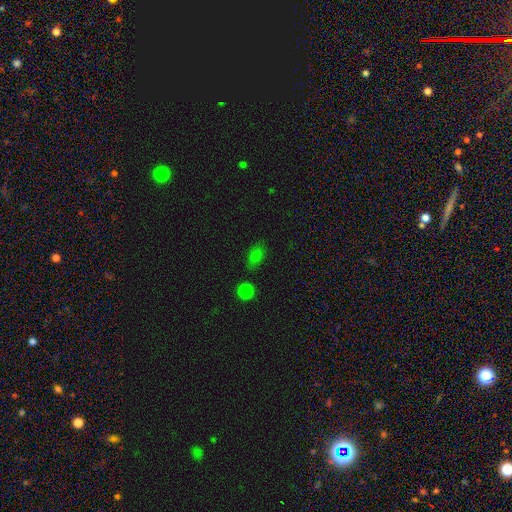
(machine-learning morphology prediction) Smooth or featured?
  - smooth: 75% *
  - star or artifact: 18%
  - featured or disk: 6%
How rounded?
  - in between: 82% *
  - round: 14%
  - cigar-shaped: 4%
Merging?
  - none: 76% *
  - minor disturbance: 15%
  - major disturbance: 4%
  - merger: 4%